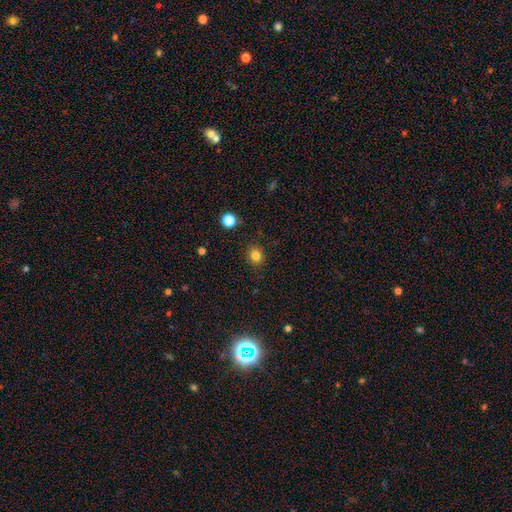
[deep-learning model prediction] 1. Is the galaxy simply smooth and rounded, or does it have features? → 82% smooth, 13% star or artifact, 5% featured or disk.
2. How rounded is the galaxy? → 83% round, 17% in between, 1% cigar-shaped.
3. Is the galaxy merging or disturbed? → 89% none, 7% minor disturbance, 2% major disturbance, 1% merger.